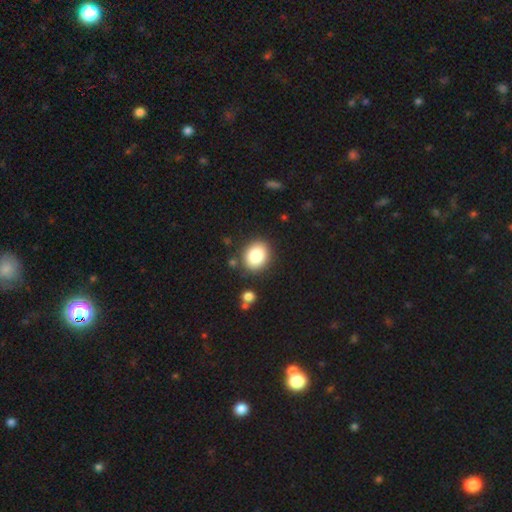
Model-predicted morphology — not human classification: type=smooth (85%); roundness=round (55%); merging=none (85%).